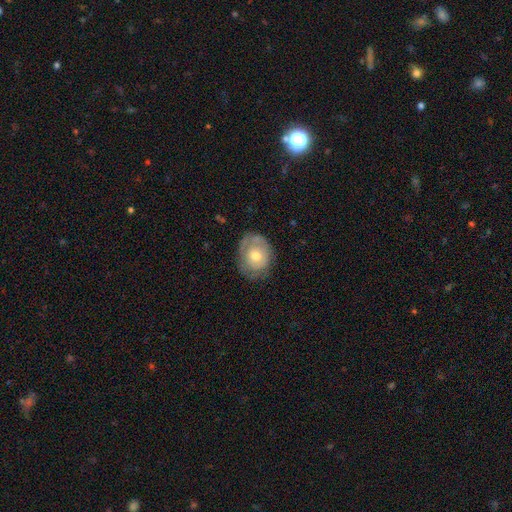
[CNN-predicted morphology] Smooth or featured? Predicted: smooth (p=0.53). How rounded? Predicted: round (p=0.50). Merging? Predicted: none (p=0.63).